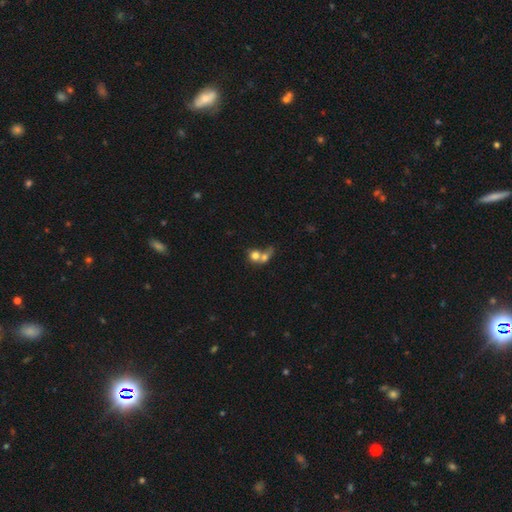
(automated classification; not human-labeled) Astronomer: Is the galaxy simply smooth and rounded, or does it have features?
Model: smooth — 71%.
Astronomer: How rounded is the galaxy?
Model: round — 71%.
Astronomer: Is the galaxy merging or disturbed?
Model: merger — 69%.